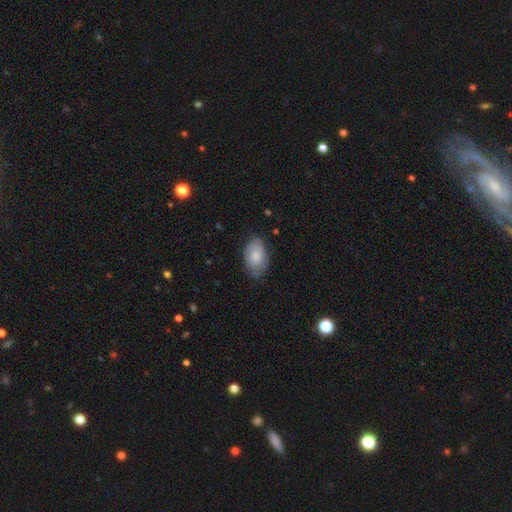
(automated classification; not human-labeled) This is likely a smooth galaxy (72%). How rounded: clearly in between (90%). Merging: likely none (68%).